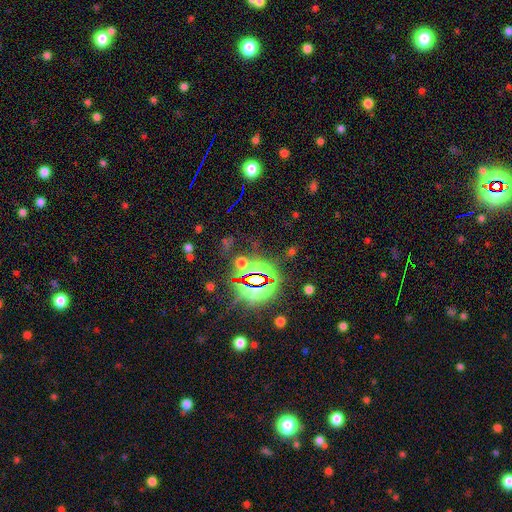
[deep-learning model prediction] star or artifact 81%, smooth 11%, featured or disk 8%.